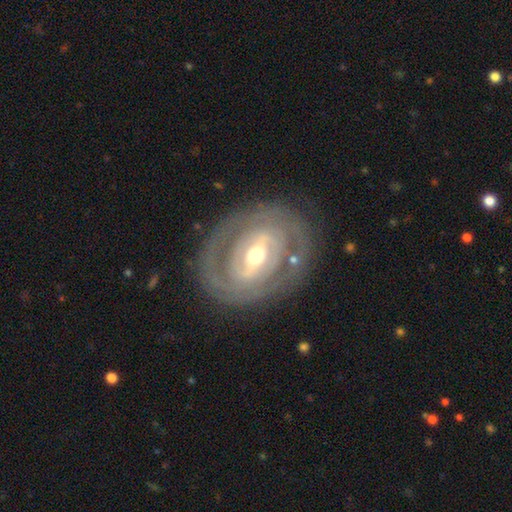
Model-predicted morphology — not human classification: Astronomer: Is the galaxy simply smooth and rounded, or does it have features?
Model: featured or disk — 80%.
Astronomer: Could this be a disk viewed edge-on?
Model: no — 95%.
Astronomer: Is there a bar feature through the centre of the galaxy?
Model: strong — 44% (runner-up: weak, 36%).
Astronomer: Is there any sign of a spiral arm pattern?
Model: yes — 64%.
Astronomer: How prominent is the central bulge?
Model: moderate — 62%.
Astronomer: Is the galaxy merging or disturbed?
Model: none — 79%.